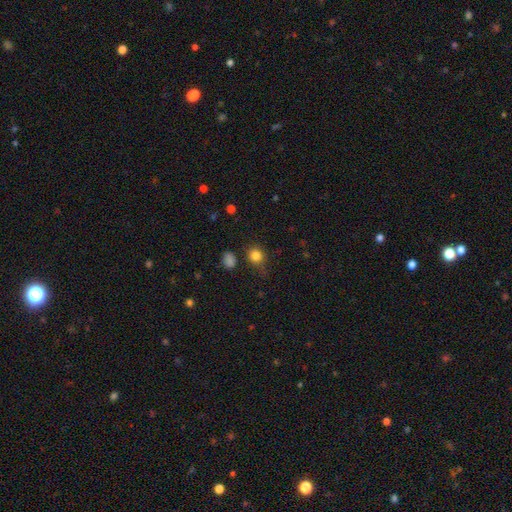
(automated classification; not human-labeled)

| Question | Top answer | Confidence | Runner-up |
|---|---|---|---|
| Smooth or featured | smooth | 82% | star or artifact (13%) |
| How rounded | round | 82% | in between (17%) |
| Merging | none | 72% | minor disturbance (19%) |